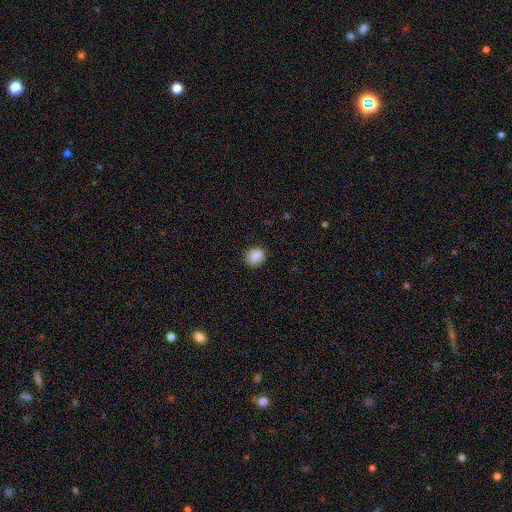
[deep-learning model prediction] smooth-or-featured: smooth: 88% | star or artifact: 9% | featured or disk: 3%
  how-rounded: round: 78% | in between: 21% | cigar-shaped: 1%
  merging: none: 86% | minor disturbance: 11% | major disturbance: 3% | merger: 1%